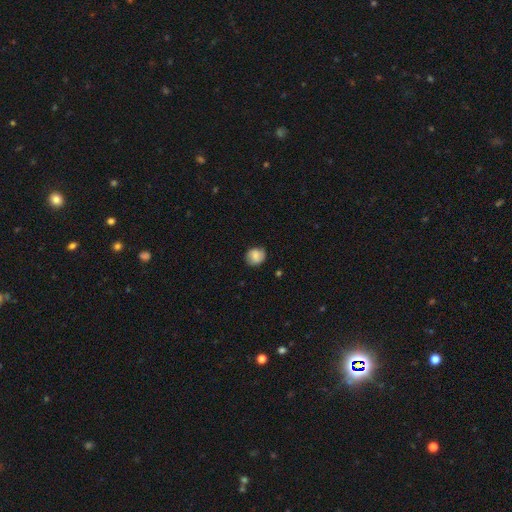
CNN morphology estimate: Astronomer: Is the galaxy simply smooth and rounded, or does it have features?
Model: smooth — 79%.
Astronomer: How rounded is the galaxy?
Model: round — 75%.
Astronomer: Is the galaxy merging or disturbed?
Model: none — 81%.